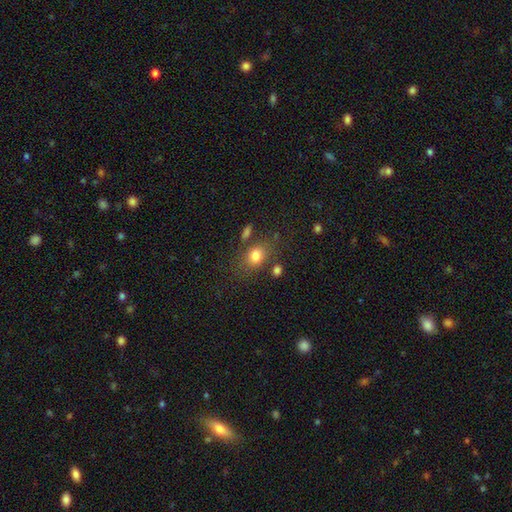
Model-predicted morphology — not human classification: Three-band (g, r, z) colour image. It shows a smooth galaxy with no disk features (79%) that is in between round and cigar-shaped (59%). Merging: none (68%).